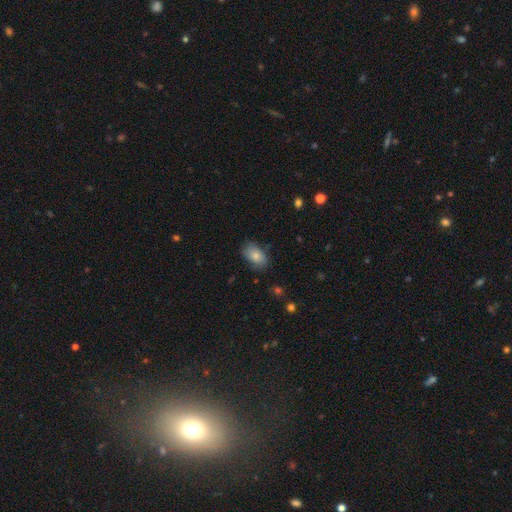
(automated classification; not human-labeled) This appears to be a smooth galaxy with no disk features (82%) that is in between round and cigar-shaped (90%). Merging: none (77%).